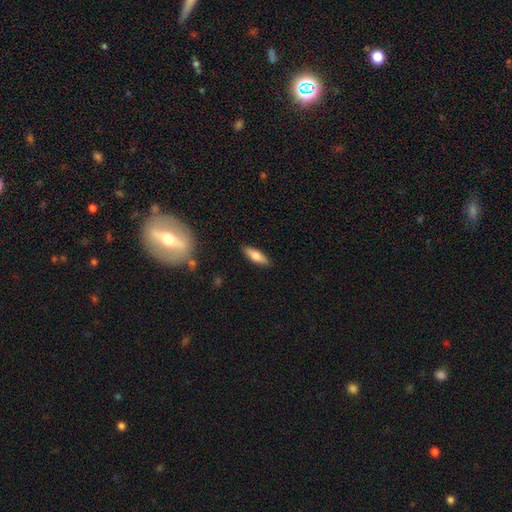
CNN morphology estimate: Overall: smooth (69%). How rounded: cigar-shaped (51%; in between 47%). Merging: none (88%).